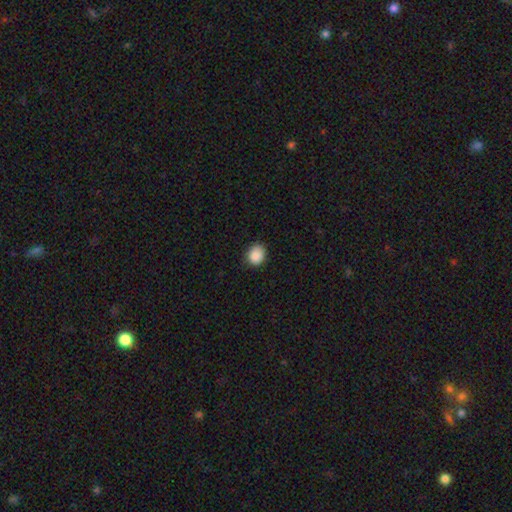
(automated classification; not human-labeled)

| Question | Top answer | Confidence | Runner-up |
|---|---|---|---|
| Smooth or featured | smooth | 88% | star or artifact (9%) |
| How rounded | round | 62% | in between (37%) |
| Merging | none | 78% | minor disturbance (18%) |